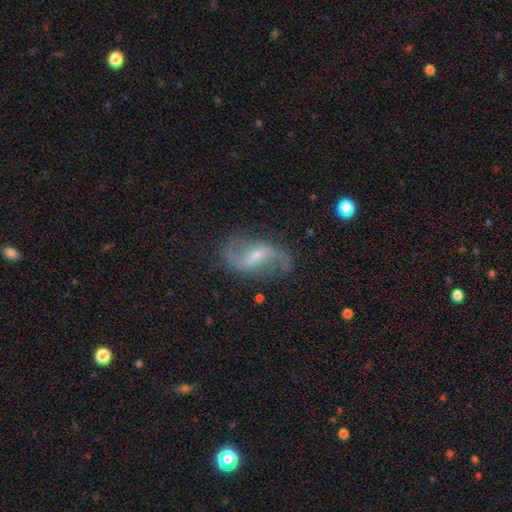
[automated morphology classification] This is clearly a featured or disk galaxy (83%). It is clearly not viewed edge-on (96%). Bar: possibly weak (51%). Spiral arm pattern: clearly yes (93%). Spiral arm count: clearly 2 (90%). Spiral winding: likely loose (73%). Central bulge: possibly small (57%). Merging: likely none (74%).